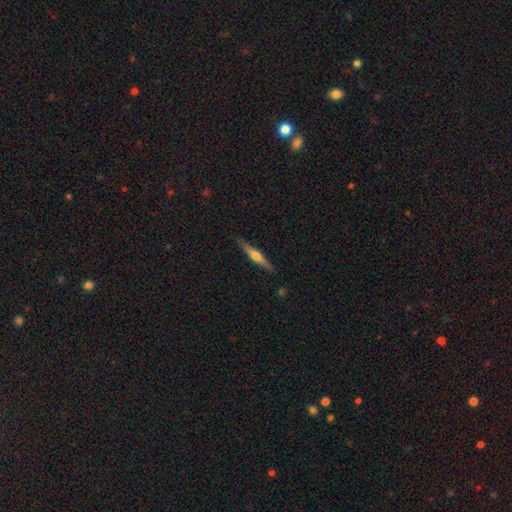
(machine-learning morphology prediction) smooth_or_featured: featured or disk (p=0.69) [alt: smooth p=0.26]
disk_edge_on: yes (p=0.98) [alt: no p=0.02]
edge_on_bulge: rounded (p=0.92) [alt: boxy p=0.05]
merging: none (p=0.89) [alt: minor disturbance p=0.08]